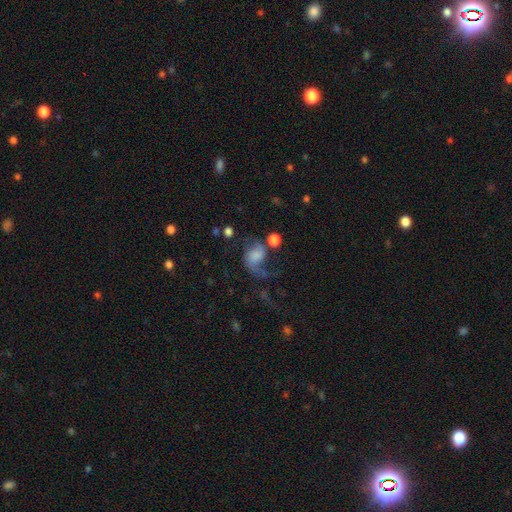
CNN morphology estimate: Q: Smooth or featured?
A: featured or disk (54%); runner-up: smooth (34%)
Q: Edge-on disk?
A: no (98%); runner-up: yes (2%)
Q: Bar?
A: no (64%); runner-up: weak (29%)
Q: Spiral arms?
A: yes (87%); runner-up: no (13%)
Q: Bulge size?
A: none (42%); runner-up: small (17%)
Q: Merging?
A: none (37%); runner-up: major disturbance (32%)